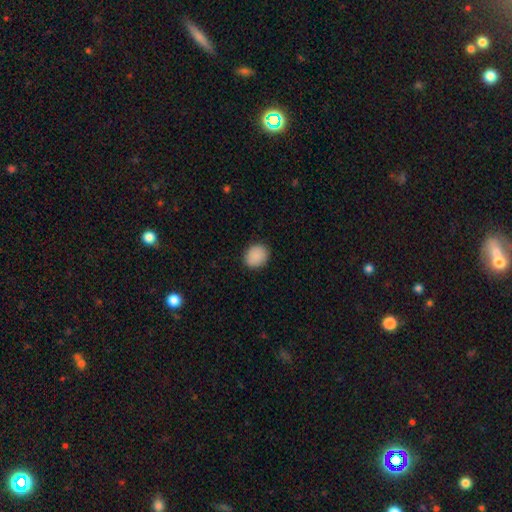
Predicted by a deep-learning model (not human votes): A smooth galaxy with no disk features (89%) that is round (60%).

Vote fractions:
- Smooth or featured? smooth: 89% / star or artifact: 7% / featured or disk: 3%
- How rounded? round: 60% / in between: 39% / cigar-shaped: 1%
- Merging? none: 88% / minor disturbance: 9% / major disturbance: 2% / merger: 1%